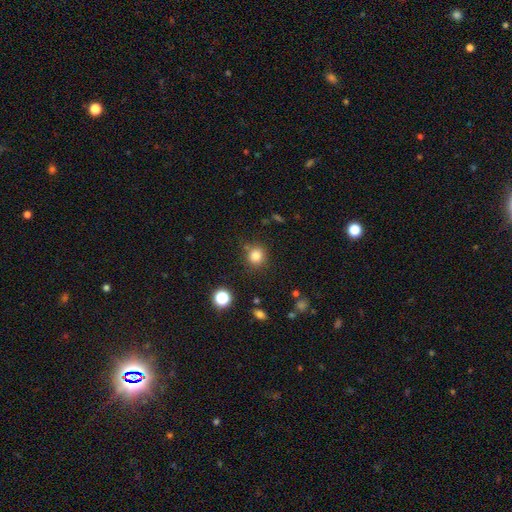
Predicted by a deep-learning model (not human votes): Q: Smooth or featured?
A: smooth (82%); runner-up: star or artifact (13%)
Q: How rounded?
A: round (86%); runner-up: in between (13%)
Q: Merging?
A: none (80%); runner-up: minor disturbance (11%)